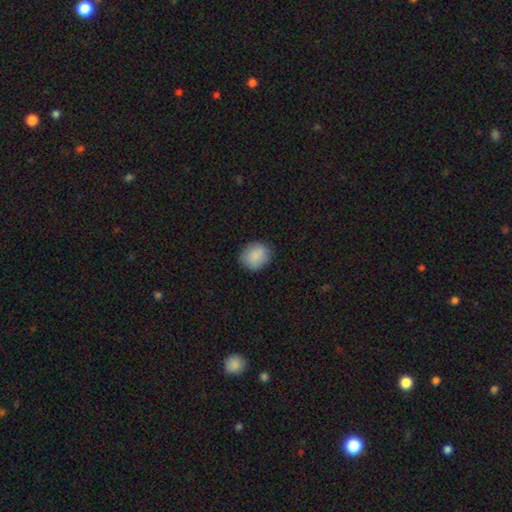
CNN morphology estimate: A smooth galaxy with no disk features (88%) that is round (63%). Merging: none (84%).